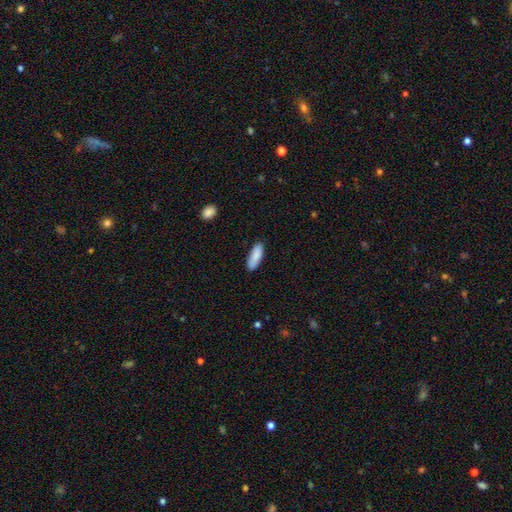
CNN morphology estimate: This is clearly a smooth galaxy (87%). How rounded: likely in between (68%). Merging: clearly none (86%).